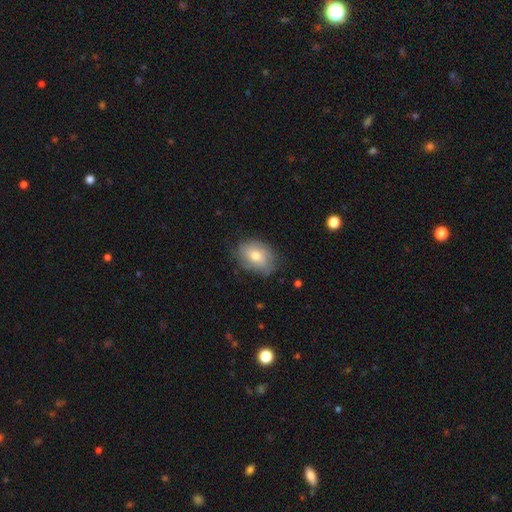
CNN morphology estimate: This appears to be a smooth galaxy with no disk features (60%) that is in between round and cigar-shaped (73%). Merging: none (70%).